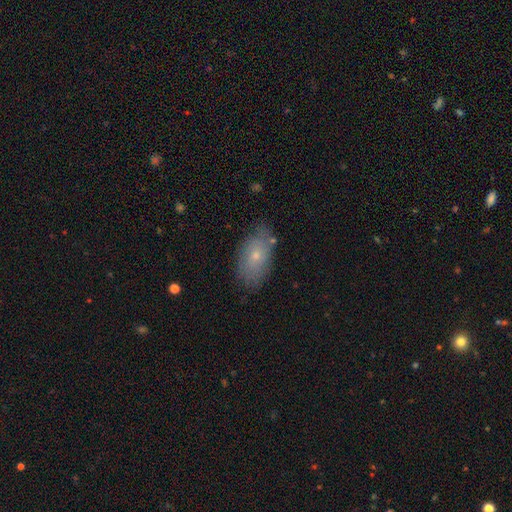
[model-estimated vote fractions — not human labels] Morphology: type=smooth (63%); roundness=in between (91%); merging=none (75%).